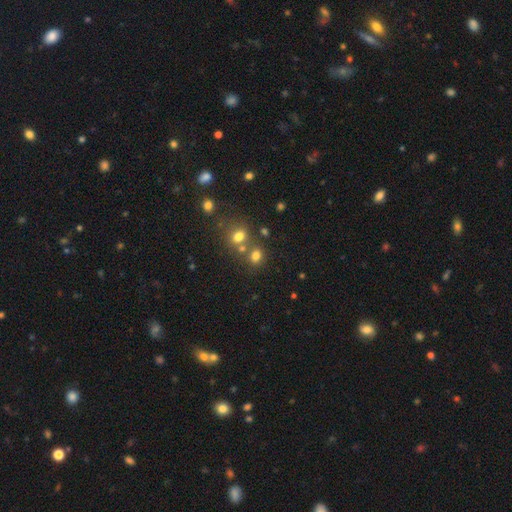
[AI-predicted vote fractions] Smooth or featured? Predicted: smooth (p=0.74). How rounded? Predicted: round (p=0.59). Merging? Predicted: none (p=0.53).